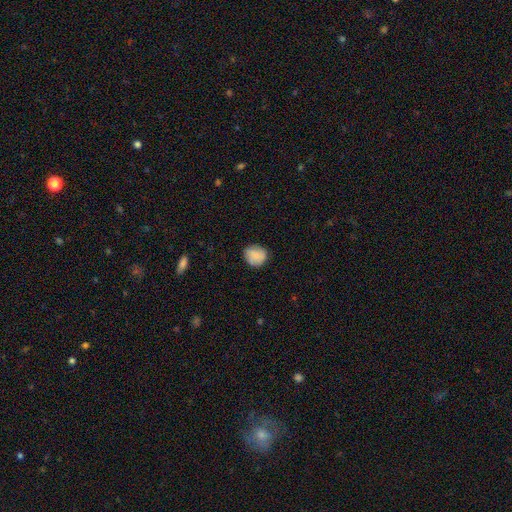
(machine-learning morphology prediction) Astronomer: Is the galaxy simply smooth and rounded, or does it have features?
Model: smooth — 83%.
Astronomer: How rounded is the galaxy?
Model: round — 81%.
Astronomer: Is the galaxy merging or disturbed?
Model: none — 81%.